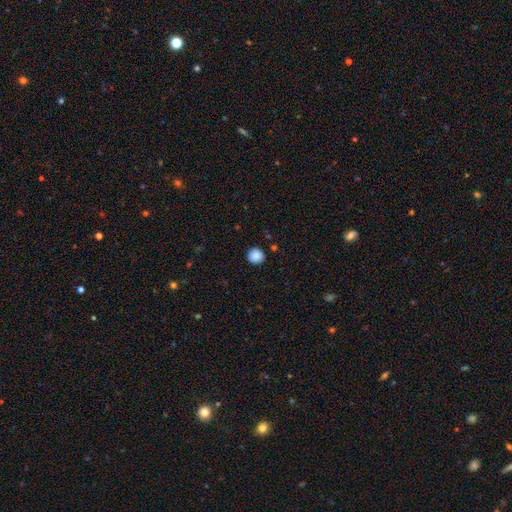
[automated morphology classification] This is clearly a smooth galaxy (89%). How rounded: clearly round (93%). Merging: clearly none (91%).